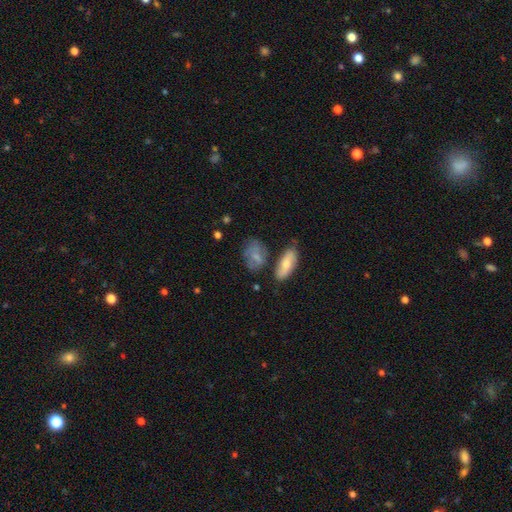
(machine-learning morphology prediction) This is likely a smooth galaxy (67%). How rounded: likely in between (74%). Merging: possibly none (52%).